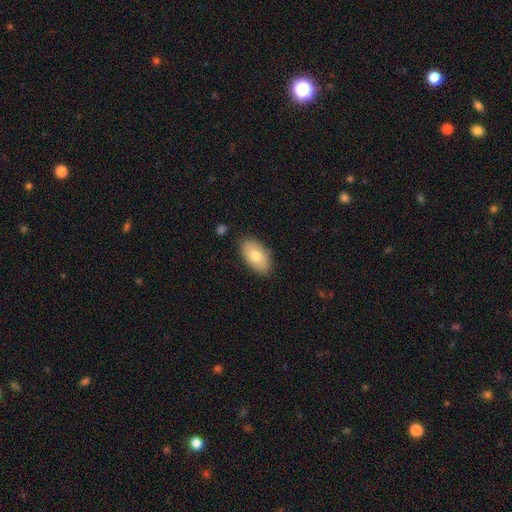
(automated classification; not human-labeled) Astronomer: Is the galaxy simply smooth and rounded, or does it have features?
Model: smooth — 75%.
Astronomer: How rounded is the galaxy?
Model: in between — 94%.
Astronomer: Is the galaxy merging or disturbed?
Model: none — 84%.